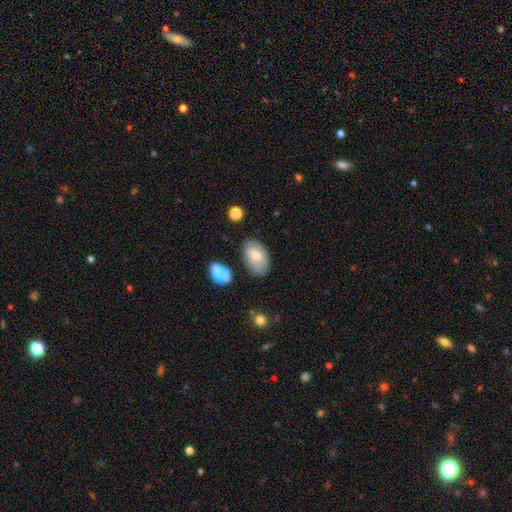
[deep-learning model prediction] smooth-or-featured: featured or disk: 48% | smooth: 44% | star or artifact: 8%
  merging: none: 68% | minor disturbance: 21% | major disturbance: 6% | merger: 5%